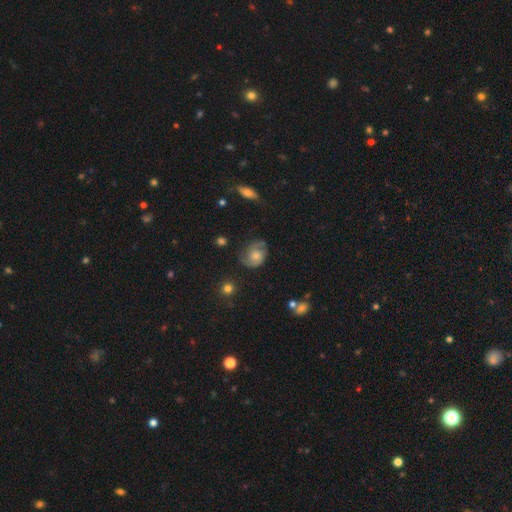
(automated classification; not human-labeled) smooth_or_featured: featured or disk (p=0.69) [alt: smooth p=0.23]
disk_edge_on: no (p=0.97) [alt: yes p=0.03]
bar: no (p=0.72) [alt: weak p=0.24]
has_spiral_arms: yes (p=0.92) [alt: no p=0.08]
spiral_winding: medium (p=0.46) [alt: tight p=0.35]
spiral_arm_count: 2 (p=0.69) [alt: can't tell p=0.13]
bulge_size: moderate (p=0.50) [alt: small p=0.30]
merging: none (p=0.64) [alt: minor disturbance p=0.23]